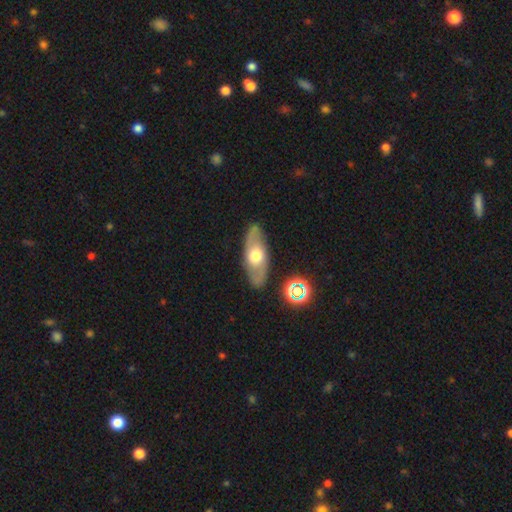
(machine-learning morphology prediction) This is possibly a featured or disk galaxy (56%). It is likely not viewed edge-on (74%). Merging: clearly none (84%).